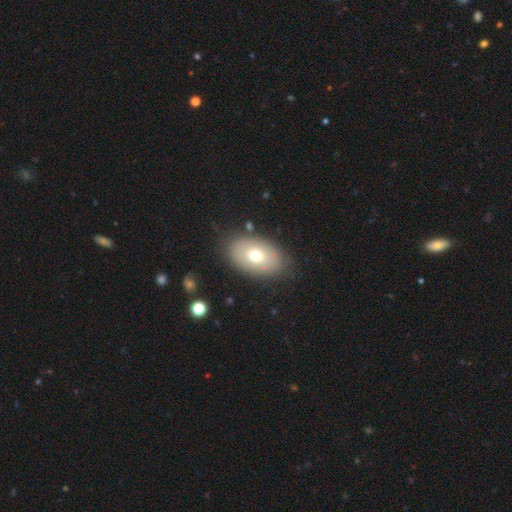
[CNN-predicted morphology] Overall: smooth (66%). How rounded: in between (89%). Merging: none (83%).